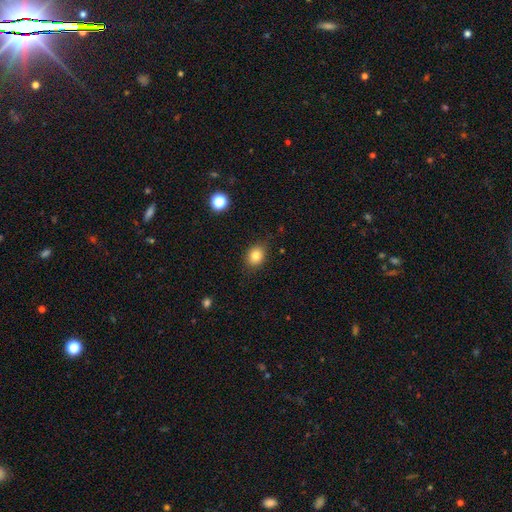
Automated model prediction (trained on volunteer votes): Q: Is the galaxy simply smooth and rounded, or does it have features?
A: smooth — 82%.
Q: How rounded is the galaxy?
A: round — 55%.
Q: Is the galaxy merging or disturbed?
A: none — 84%.